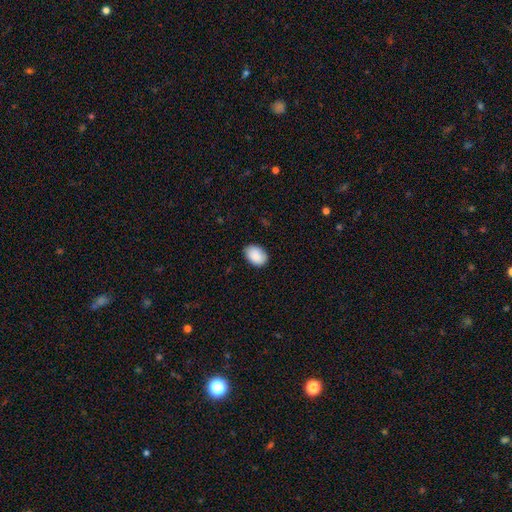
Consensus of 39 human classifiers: A smooth galaxy with no disk features (85%) that is in between round and cigar-shaped (91%). Merging: none (86%).